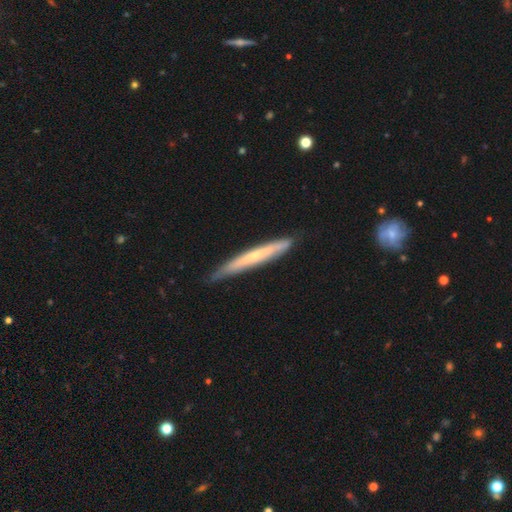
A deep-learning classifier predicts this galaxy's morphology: Smooth or featured: featured or disk — 53% (smooth — 42%)
Edge-on disk: yes — 89% (no — 11%)
Merging: none — 80% (minor disturbance — 16%)